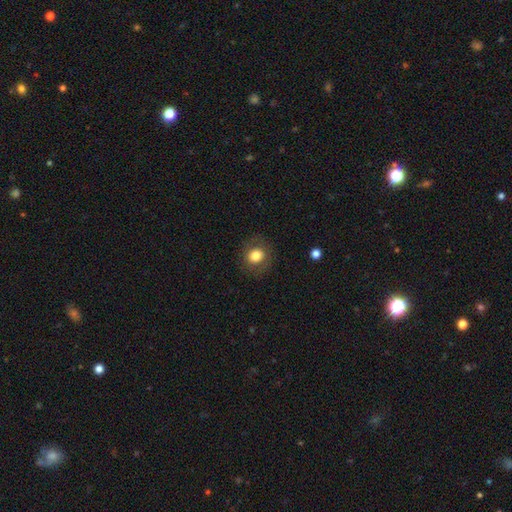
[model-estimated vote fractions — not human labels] Smooth or featured?
  - smooth: 78% *
  - featured or disk: 12%
  - star or artifact: 10%
How rounded?
  - round: 78% *
  - in between: 21%
  - cigar-shaped: 1%
Merging?
  - none: 85% *
  - minor disturbance: 9%
  - major disturbance: 4%
  - merger: 1%